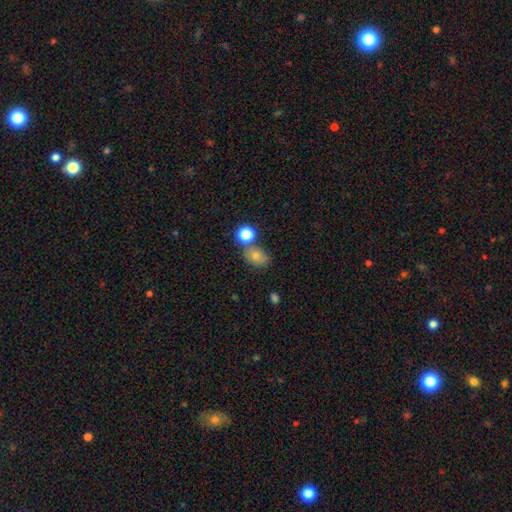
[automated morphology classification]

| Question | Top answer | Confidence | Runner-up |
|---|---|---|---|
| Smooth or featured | smooth | 76% | star or artifact (13%) |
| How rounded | in between | 64% | round (35%) |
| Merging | none | 54% | merger (23%) |